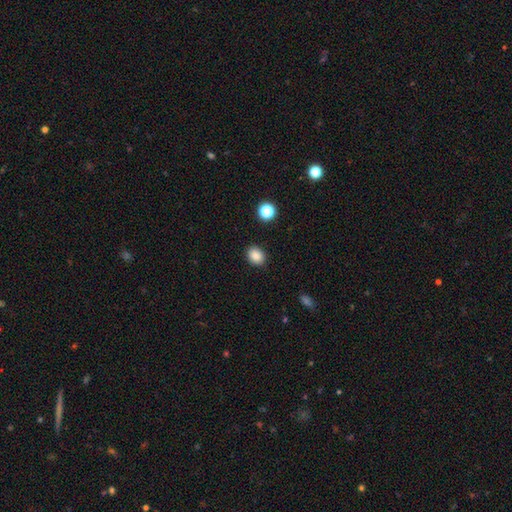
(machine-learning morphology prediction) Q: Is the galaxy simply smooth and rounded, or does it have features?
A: smooth — 86%.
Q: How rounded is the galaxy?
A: in between — 52%.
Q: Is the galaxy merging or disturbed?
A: none — 88%.